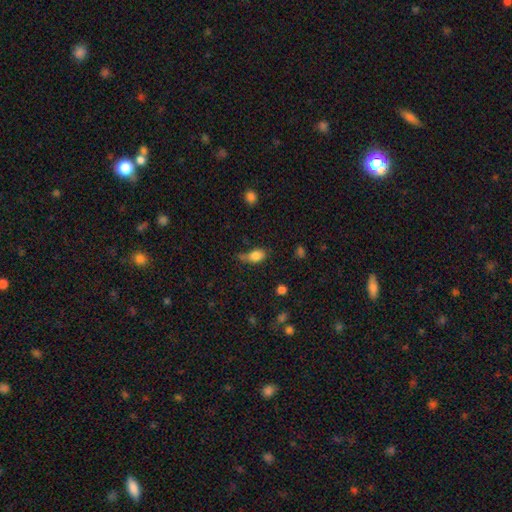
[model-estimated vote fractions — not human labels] Morphology: type=smooth (82%); roundness=in between (78%); merging=none (42%).